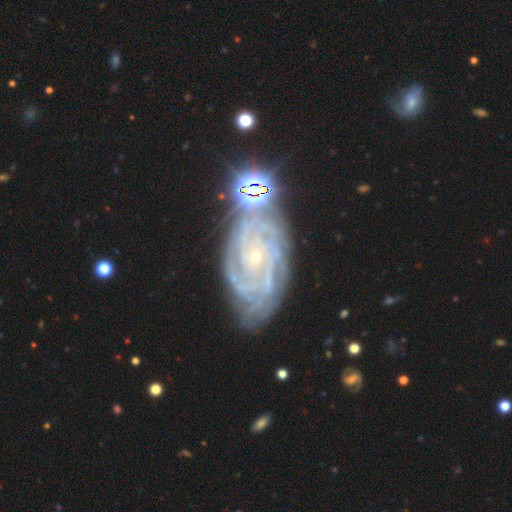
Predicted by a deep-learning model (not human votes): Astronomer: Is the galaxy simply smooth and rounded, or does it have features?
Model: featured or disk — 88%.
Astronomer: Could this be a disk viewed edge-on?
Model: no — 96%.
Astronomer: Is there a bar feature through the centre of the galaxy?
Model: no — 71%.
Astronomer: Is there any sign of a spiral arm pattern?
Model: yes — 98%.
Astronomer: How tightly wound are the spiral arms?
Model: tight — 81%.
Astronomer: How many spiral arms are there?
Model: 4 — 24% (runner-up: can't tell, 21%).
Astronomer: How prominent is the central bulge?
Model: small — 85%.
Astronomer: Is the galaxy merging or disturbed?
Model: none — 70%.